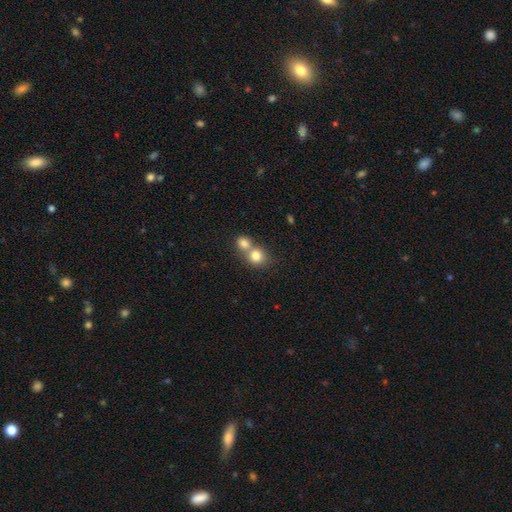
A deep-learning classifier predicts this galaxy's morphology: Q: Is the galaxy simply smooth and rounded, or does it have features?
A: smooth — 80%.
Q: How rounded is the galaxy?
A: round — 81%.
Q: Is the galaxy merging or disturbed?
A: merger — 58%.